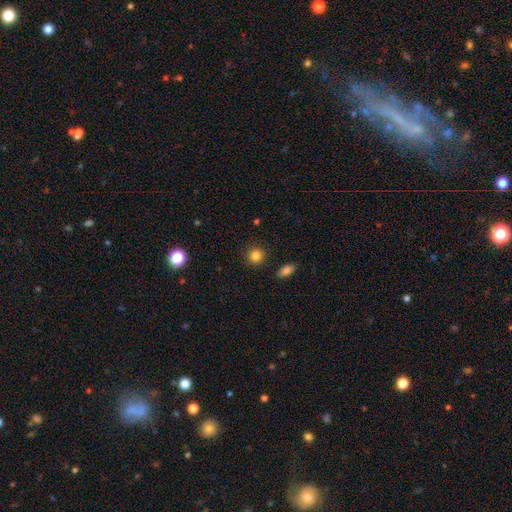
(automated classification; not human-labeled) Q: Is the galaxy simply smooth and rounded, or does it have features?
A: smooth — 84%.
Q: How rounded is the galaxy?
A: round — 90%.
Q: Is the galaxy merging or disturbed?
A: none — 90%.